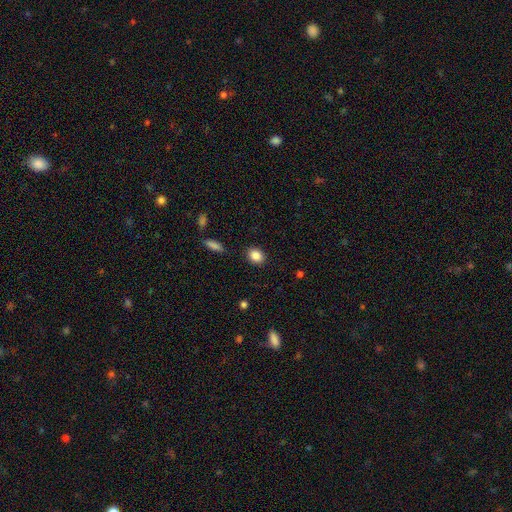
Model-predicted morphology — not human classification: Smooth or featured? Predicted: smooth (p=0.86). How rounded? Predicted: in between (p=0.53). Merging? Predicted: none (p=0.88).